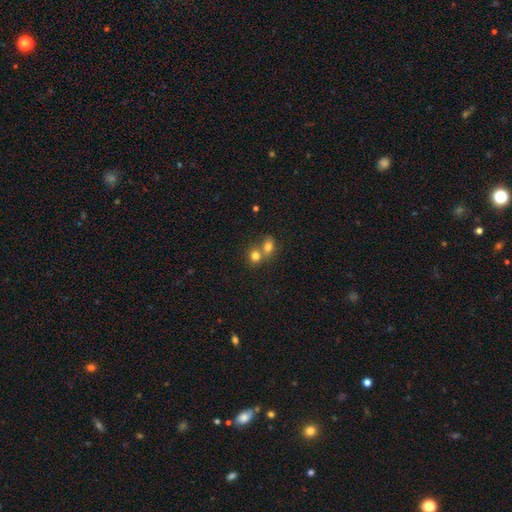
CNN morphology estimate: smooth 78%, star or artifact 12%, featured or disk 10%. Down the decision tree: how rounded — round (72%); merging — merger (57%).